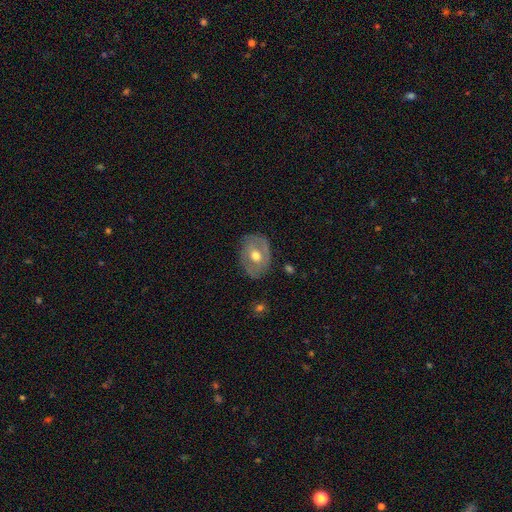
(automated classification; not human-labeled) A featured or disk galaxy (54%) with no bar (63%), no spiral arms (68%) and a moderate central bulge (78%).

Vote fractions:
- Smooth or featured? featured or disk: 54% / smooth: 39% / star or artifact: 6%
- Edge-on disk? no: 93% / yes: 7%
- Bar? no: 63% / weak: 27% / strong: 10%
- Spiral arms? no: 68% / yes: 32%
- Bulge size? moderate: 78% / large: 11% / small: 9% / dominant: 1% / none: 1%
- Merging? none: 76% / minor disturbance: 17% / major disturbance: 5% / merger: 1%